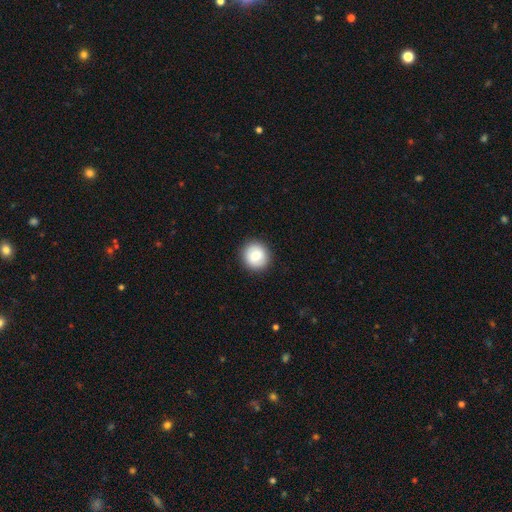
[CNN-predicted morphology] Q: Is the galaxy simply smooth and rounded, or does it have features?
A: smooth — 79%.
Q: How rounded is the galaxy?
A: round — 93%.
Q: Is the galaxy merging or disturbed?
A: none — 91%.